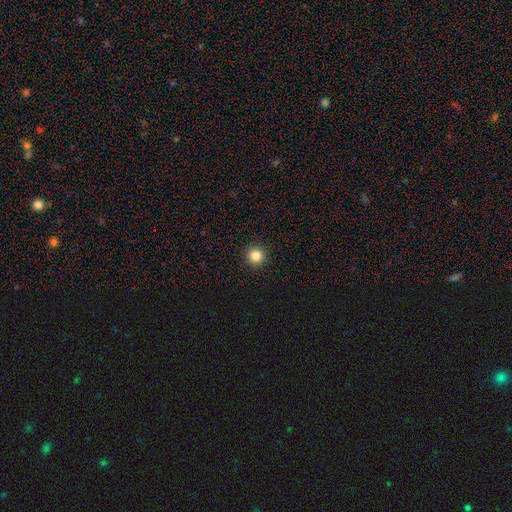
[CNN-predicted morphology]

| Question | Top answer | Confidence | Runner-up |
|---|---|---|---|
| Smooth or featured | smooth | 84% | star or artifact (12%) |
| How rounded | round | 95% | in between (4%) |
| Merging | none | 94% | minor disturbance (4%) |